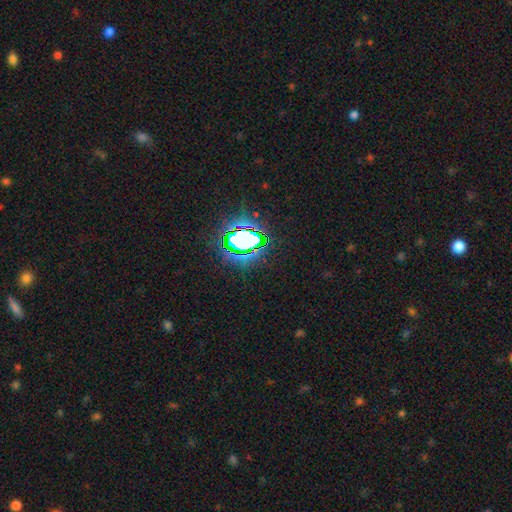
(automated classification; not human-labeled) Overall: star or artifact (82%).